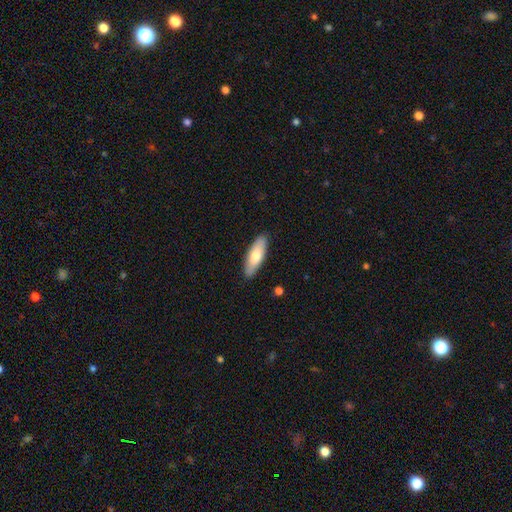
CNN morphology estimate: smooth_or_featured: smooth (p=0.72) [alt: featured or disk p=0.22]
how_rounded: in between (p=0.56) [alt: cigar-shaped p=0.42]
merging: none (p=0.87) [alt: minor disturbance p=0.10]